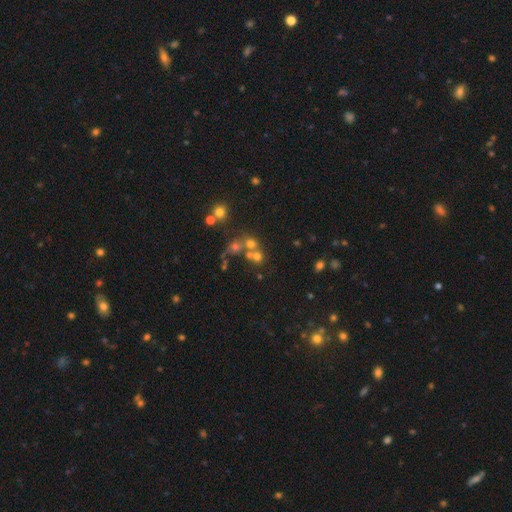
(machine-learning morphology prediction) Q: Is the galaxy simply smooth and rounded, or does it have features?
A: smooth — 48%.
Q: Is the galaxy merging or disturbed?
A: none — 46%.